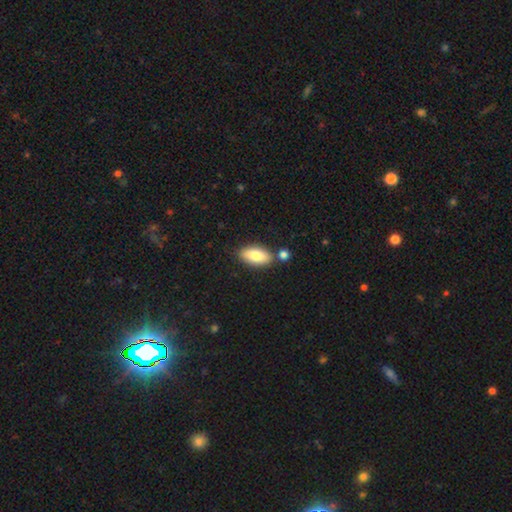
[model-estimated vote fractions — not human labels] smooth 82%, featured or disk 12%, star or artifact 6%. Down the decision tree: how rounded — in between (89%); merging — none (74%).